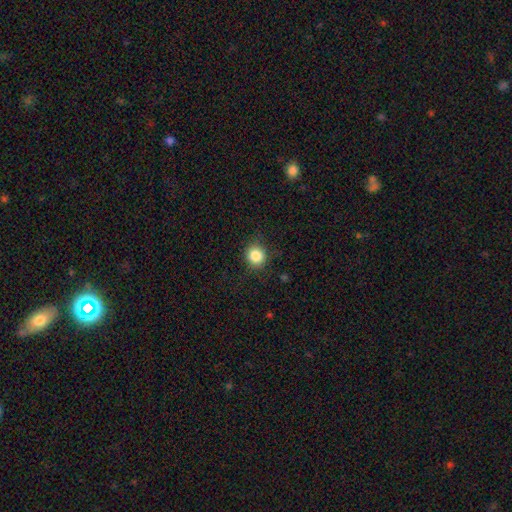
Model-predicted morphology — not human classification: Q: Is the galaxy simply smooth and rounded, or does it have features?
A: smooth — 85%.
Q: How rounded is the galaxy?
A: round — 86%.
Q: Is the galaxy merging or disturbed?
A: none — 84%.